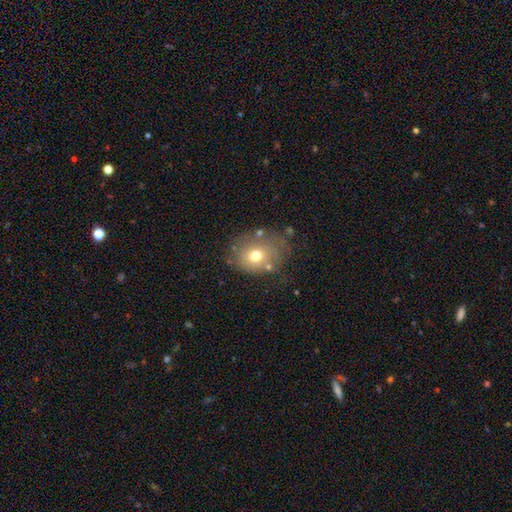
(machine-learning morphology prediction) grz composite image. It shows a smooth galaxy with no disk features (67%) that is round (56%). Merging: none (63%).